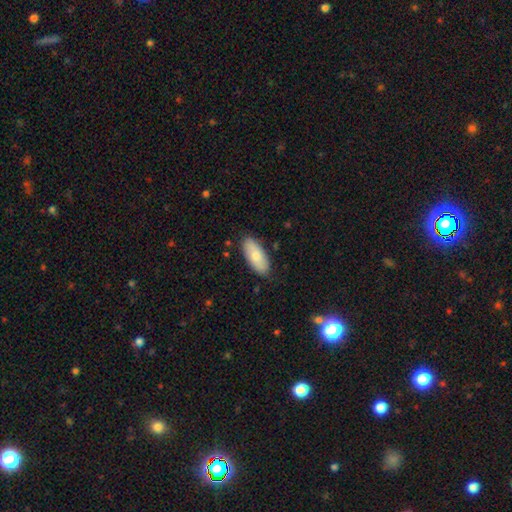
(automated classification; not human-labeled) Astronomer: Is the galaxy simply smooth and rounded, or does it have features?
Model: smooth — 78%.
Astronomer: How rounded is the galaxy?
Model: in between — 87%.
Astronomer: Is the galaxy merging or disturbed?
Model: none — 84%.